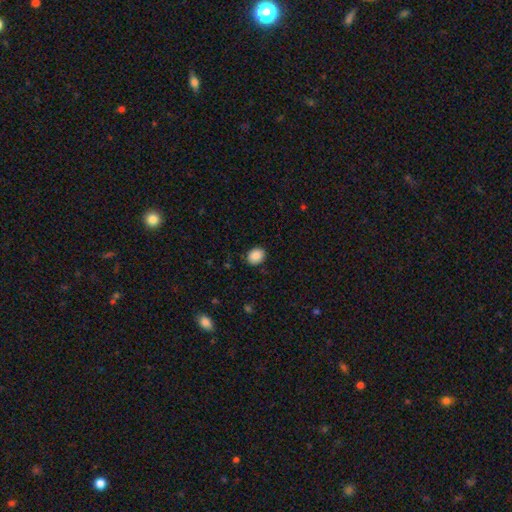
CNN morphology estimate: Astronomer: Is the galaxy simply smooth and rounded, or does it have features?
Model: smooth — 88%.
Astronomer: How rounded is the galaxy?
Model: in between — 53% (runner-up: round, 46%).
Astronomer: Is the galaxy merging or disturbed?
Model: none — 88%.